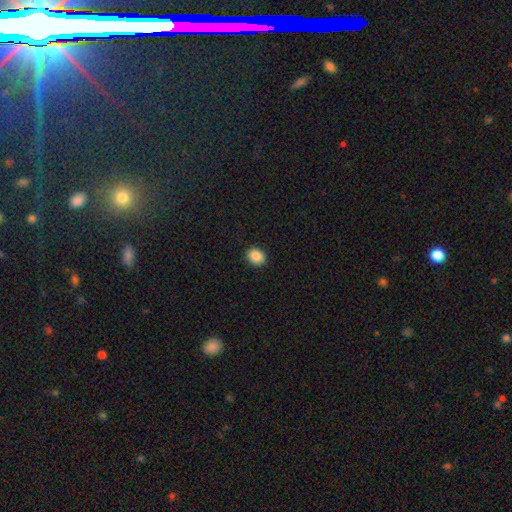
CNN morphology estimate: A smooth galaxy with no disk features (87%) that is round (62%). Merging: none (91%).